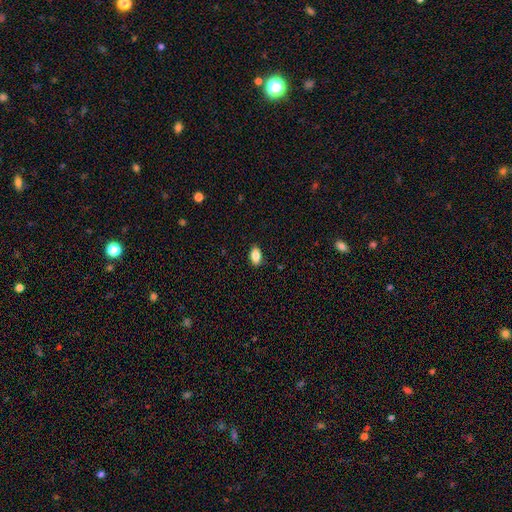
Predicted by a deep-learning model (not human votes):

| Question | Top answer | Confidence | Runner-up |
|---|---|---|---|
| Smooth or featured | smooth | 85% | star or artifact (8%) |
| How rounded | in between | 90% | round (7%) |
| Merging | none | 88% | minor disturbance (10%) |